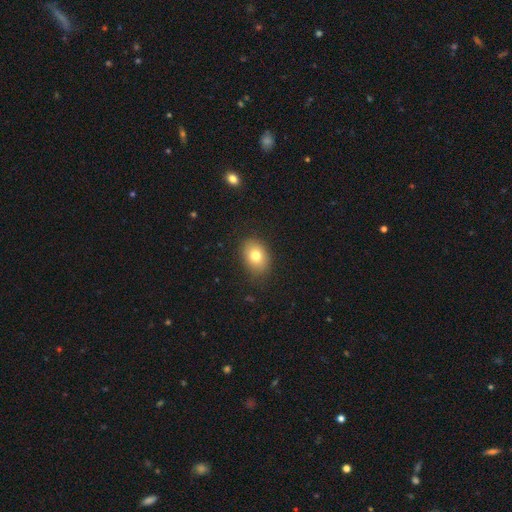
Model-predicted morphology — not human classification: The model was most divided on "how rounded": in between: 72%, round: 27%, cigar-shaped: 1%. More confident: merging — none (84%); smooth or featured — smooth (77%).